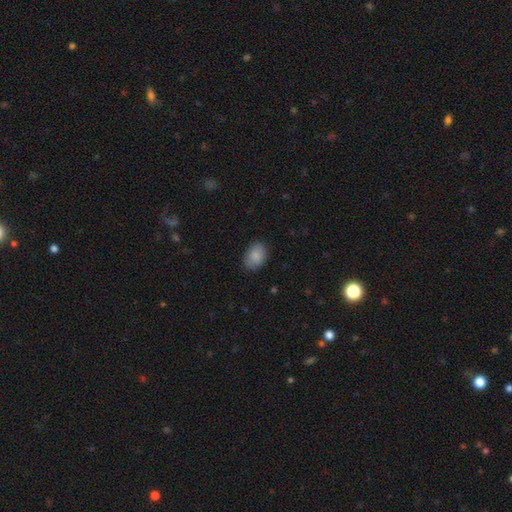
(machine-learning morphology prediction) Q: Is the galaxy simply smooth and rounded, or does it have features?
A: smooth — 88%.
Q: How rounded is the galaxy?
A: in between — 80%.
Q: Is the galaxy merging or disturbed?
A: none — 83%.